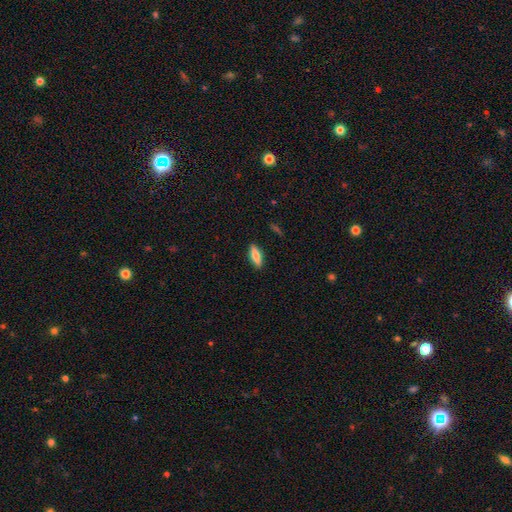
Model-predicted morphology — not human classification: smooth 76%, featured or disk 18%, star or artifact 6%. Down the decision tree: how rounded — in between (58%); merging — none (88%).